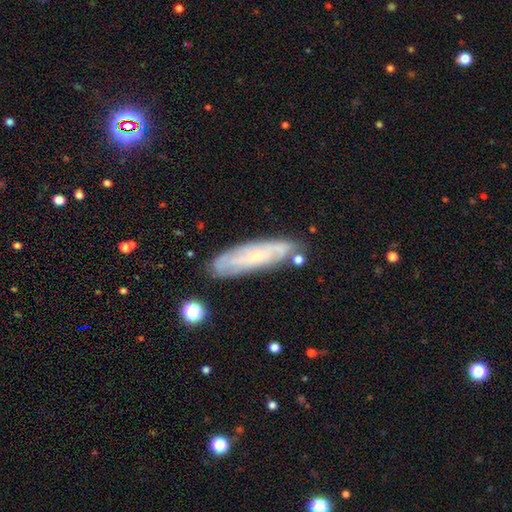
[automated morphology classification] smooth-or-featured: featured or disk: 56% | smooth: 36% | star or artifact: 8%
  disk-edge-on: no: 67% | yes: 33%
  merging: none: 79% | minor disturbance: 15% | merger: 4% | major disturbance: 3%